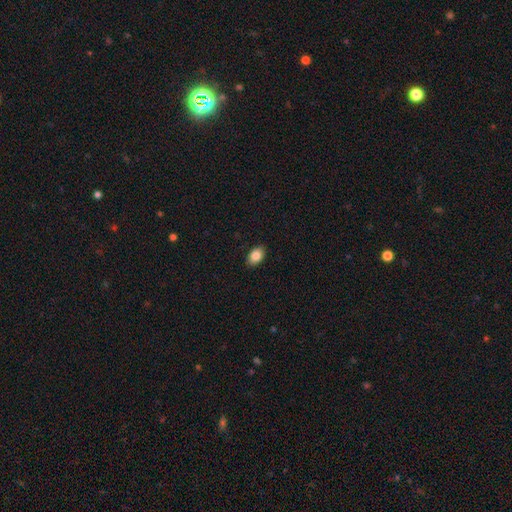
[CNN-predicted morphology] A smooth galaxy with no disk features (85%) that is in between round and cigar-shaped (89%). Merging: none (89%).